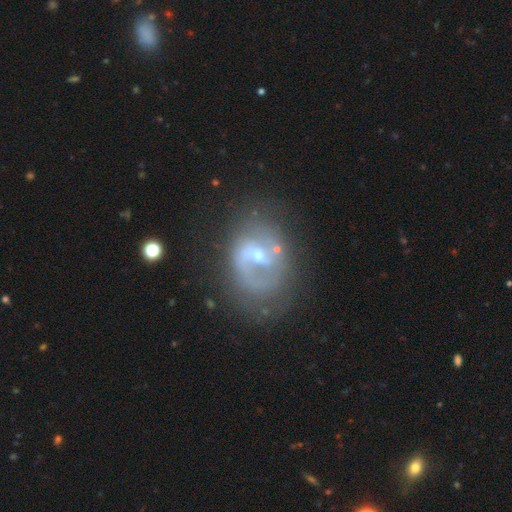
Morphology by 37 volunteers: featured or disk 73%, smooth 27%, star or artifact 0%. Down the decision tree: edge-on disk — no (100%); bar — weak (70%); spiral arms — yes (52%); spiral arm count — 2 (71%); spiral winding — medium (64%); bulge size — moderate (67%); merging — none (68%).